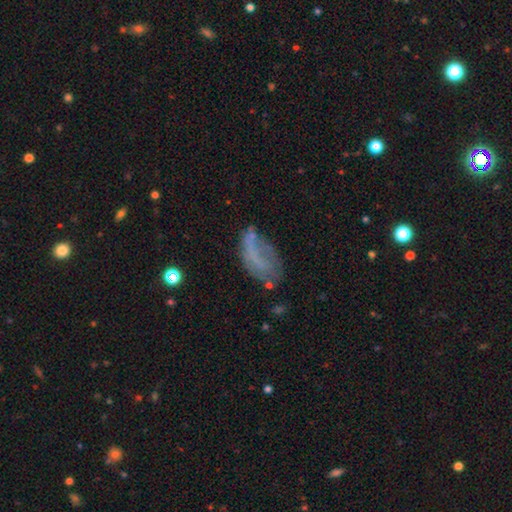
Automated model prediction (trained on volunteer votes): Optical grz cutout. It shows a smooth galaxy with no disk features (48%). Merging: none (39%).